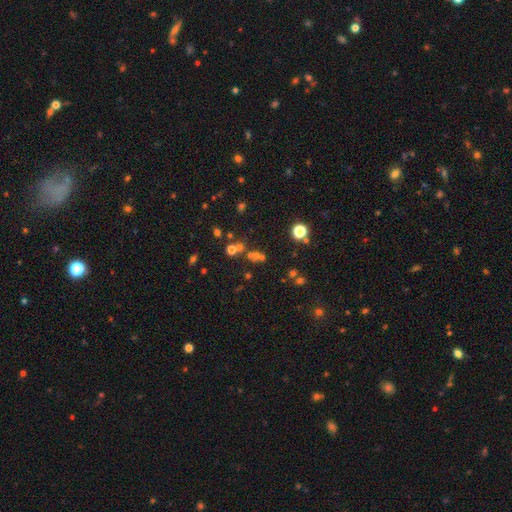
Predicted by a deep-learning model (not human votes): Q: Smooth or featured?
A: star or artifact (51%); runner-up: smooth (35%)